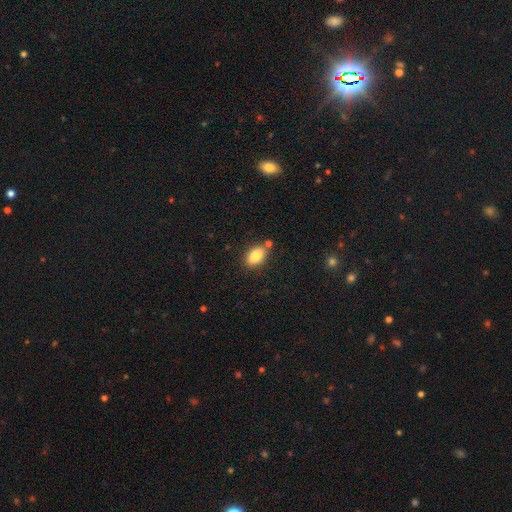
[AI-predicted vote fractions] Morphology: type=smooth (85%); roundness=in between (89%); merging=none (77%).